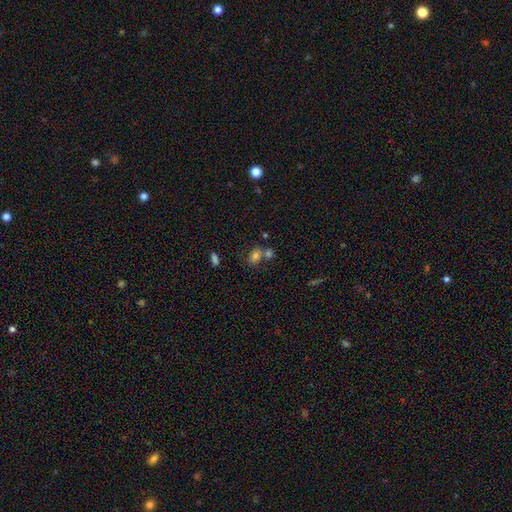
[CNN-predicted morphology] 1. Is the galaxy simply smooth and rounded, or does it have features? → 76% smooth, 13% star or artifact, 11% featured or disk.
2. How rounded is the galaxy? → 74% in between, 24% round, 2% cigar-shaped.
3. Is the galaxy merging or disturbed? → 48% none, 35% merger, 12% minor disturbance, 5% major disturbance.